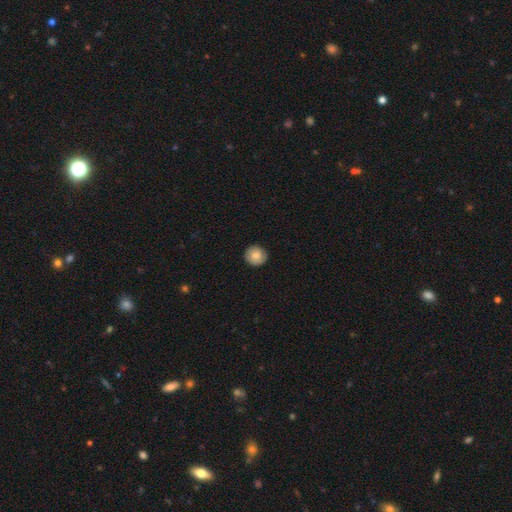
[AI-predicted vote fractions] Smooth or featured?
  - smooth: 78% *
  - featured or disk: 14%
  - star or artifact: 7%
How rounded?
  - round: 91% *
  - in between: 8%
  - cigar-shaped: 1%
Merging?
  - none: 88% *
  - minor disturbance: 9%
  - major disturbance: 2%
  - merger: 1%